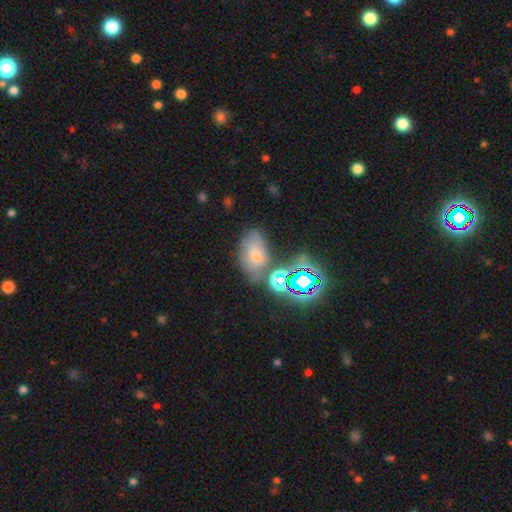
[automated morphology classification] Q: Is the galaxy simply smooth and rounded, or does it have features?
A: smooth — 50%.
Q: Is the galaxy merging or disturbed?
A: none — 56%.